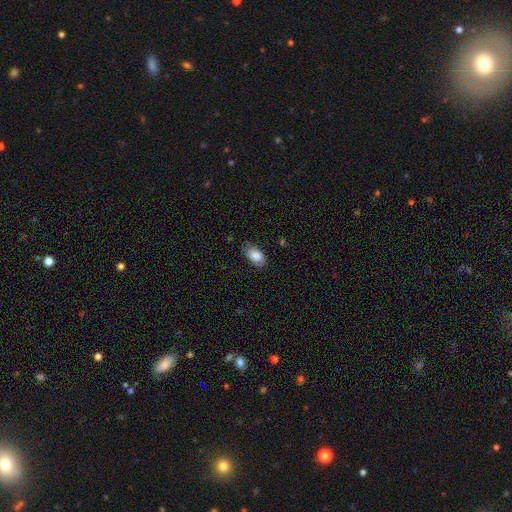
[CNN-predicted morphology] smooth 84%, featured or disk 9%, star or artifact 7%. Down the decision tree: how rounded — in between (92%); merging — none (71%).